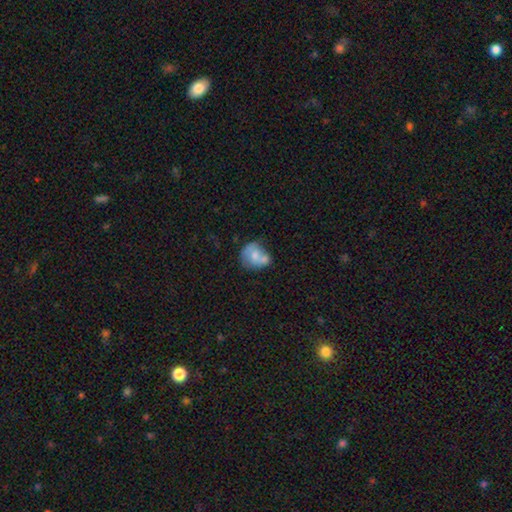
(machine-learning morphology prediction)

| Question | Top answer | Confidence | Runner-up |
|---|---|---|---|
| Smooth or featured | smooth | 58% | featured or disk (34%) |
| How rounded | round | 64% | in between (35%) |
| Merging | merger | 46% | none (28%) |